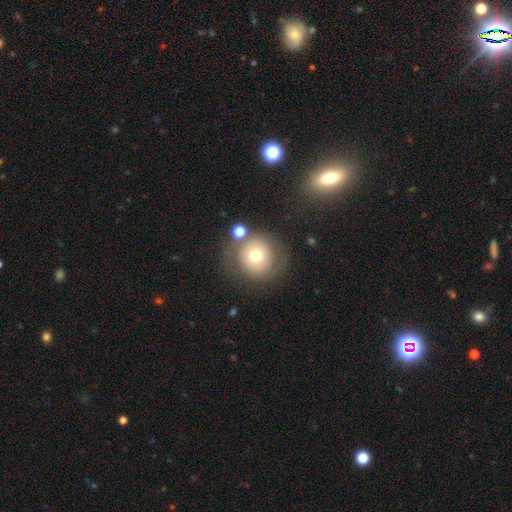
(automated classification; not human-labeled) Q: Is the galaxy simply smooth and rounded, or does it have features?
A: smooth — 66%.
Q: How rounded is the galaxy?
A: round — 91%.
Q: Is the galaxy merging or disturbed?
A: none — 67%.